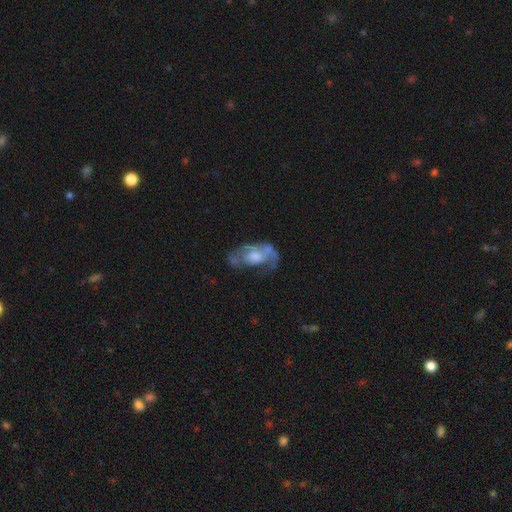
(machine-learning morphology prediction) This is likely a featured or disk galaxy (67%). It is clearly not viewed edge-on (95%). Bar: likely no (77%). Spiral arm pattern: likely yes (62%). Central bulge: marginally moderate (43%). Merging: marginally none (39%).